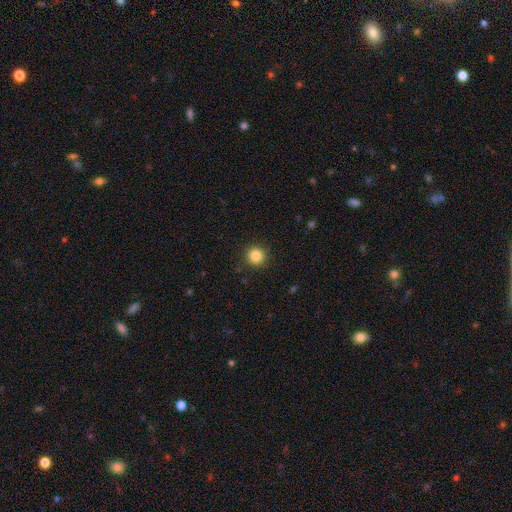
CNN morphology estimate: Q: Smooth or featured?
A: smooth (85%); runner-up: star or artifact (11%)
Q: How rounded?
A: round (94%); runner-up: in between (5%)
Q: Merging?
A: none (91%); runner-up: minor disturbance (6%)